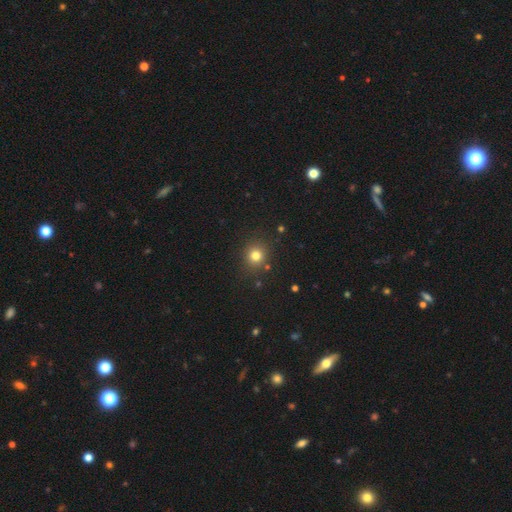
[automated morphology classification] smooth-or-featured: smooth: 79% | star or artifact: 15% | featured or disk: 6%
  how-rounded: round: 87% | in between: 13% | cigar-shaped: 1%
  merging: none: 86% | minor disturbance: 8% | merger: 3% | major disturbance: 3%